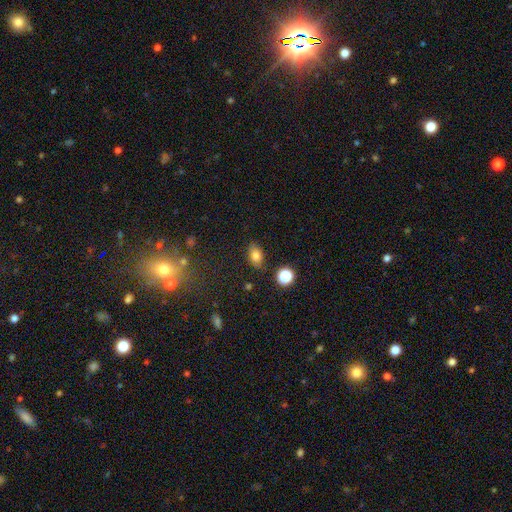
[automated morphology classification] Smooth or featured? Predicted: smooth (p=0.79). How rounded? Predicted: in between (p=0.80). Merging? Predicted: none (p=0.84).